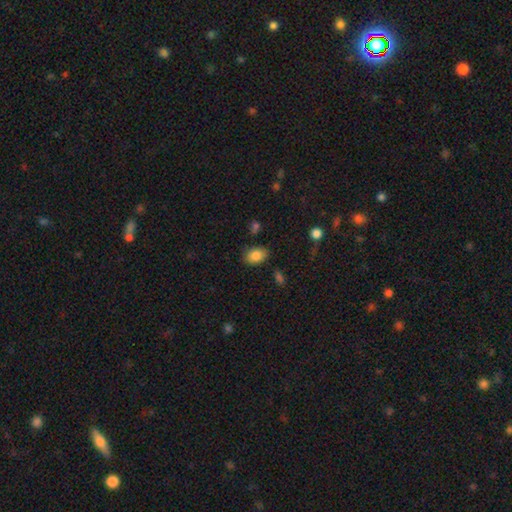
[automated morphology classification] Smooth or featured: smooth — 84% (star or artifact — 8%)
How rounded: in between — 82% (round — 17%)
Merging: none — 83% (minor disturbance — 12%)